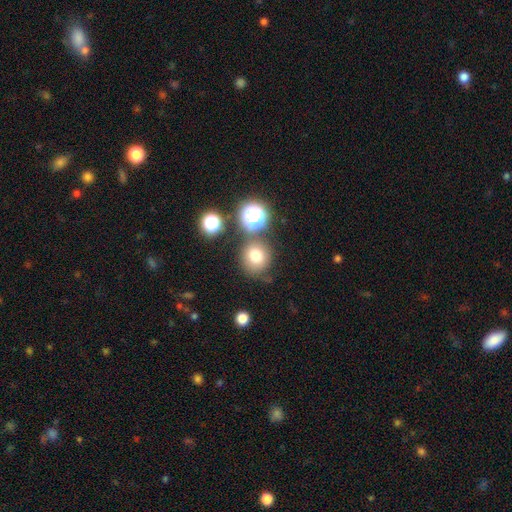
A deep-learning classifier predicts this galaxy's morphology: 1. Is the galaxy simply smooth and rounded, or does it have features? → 75% smooth, 15% star or artifact, 10% featured or disk.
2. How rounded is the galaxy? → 89% round, 10% in between, 1% cigar-shaped.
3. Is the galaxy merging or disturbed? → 73% none, 12% merger, 11% minor disturbance, 4% major disturbance.